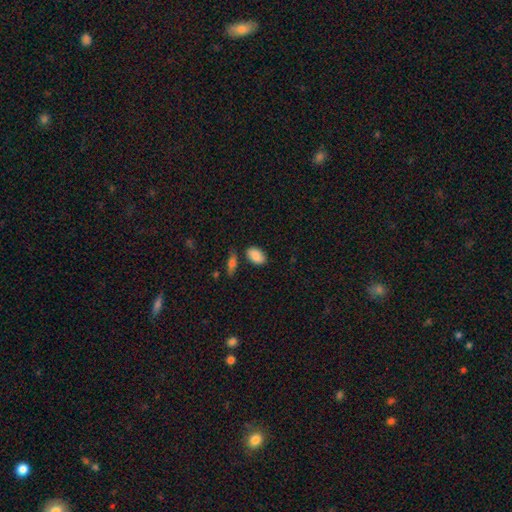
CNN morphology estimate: smooth-or-featured: smooth: 85% | featured or disk: 8% | star or artifact: 7%
  how-rounded: in between: 91% | round: 7% | cigar-shaped: 2%
  merging: none: 75% | minor disturbance: 16% | merger: 6% | major disturbance: 3%